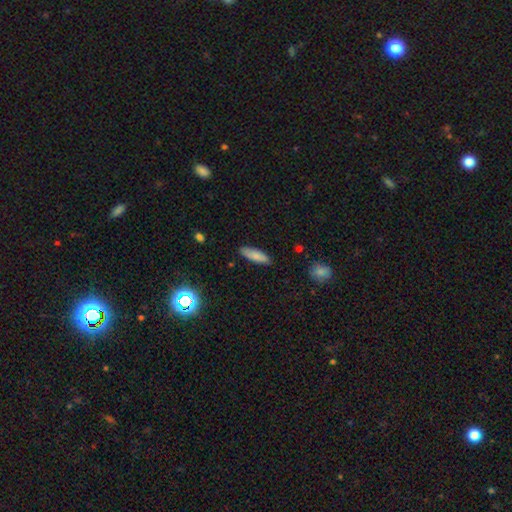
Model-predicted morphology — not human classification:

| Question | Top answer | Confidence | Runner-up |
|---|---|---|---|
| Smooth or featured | smooth | 79% | featured or disk (13%) |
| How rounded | cigar-shaped | 51% | in between (47%) |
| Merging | none | 85% | minor disturbance (12%) |